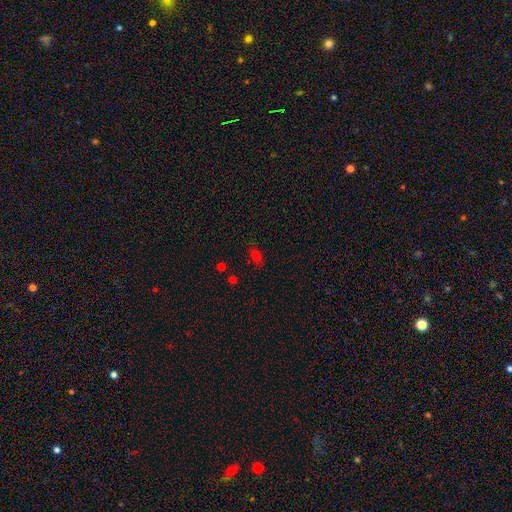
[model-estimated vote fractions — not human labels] smooth-or-featured: smooth: 70% | star or artifact: 21% | featured or disk: 9%
  how-rounded: in between: 79% | round: 14% | cigar-shaped: 6%
  merging: none: 79% | minor disturbance: 15% | major disturbance: 4% | merger: 2%